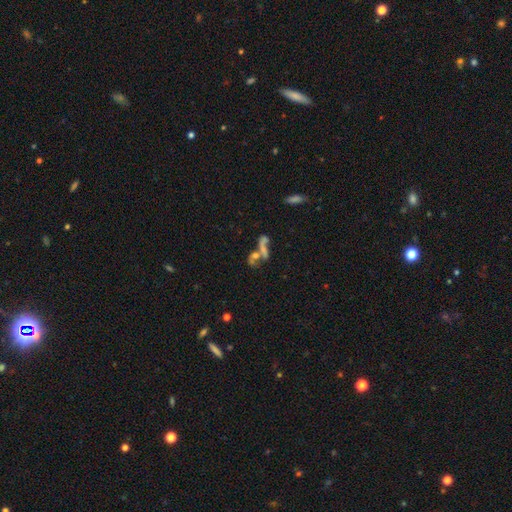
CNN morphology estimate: Smooth or featured?
  - smooth: 42% *
  - featured or disk: 38%
  - star or artifact: 19%
Merging?
  - merger: 49% *
  - none: 28%
  - major disturbance: 14%
  - minor disturbance: 9%